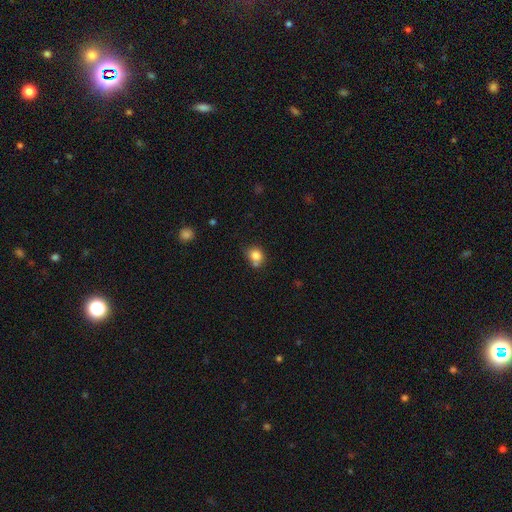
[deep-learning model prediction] smooth_or_featured: smooth (p=0.81) [alt: star or artifact p=0.11]
how_rounded: round (p=0.72) [alt: in between p=0.27]
merging: none (p=0.60) [alt: merger p=0.20]